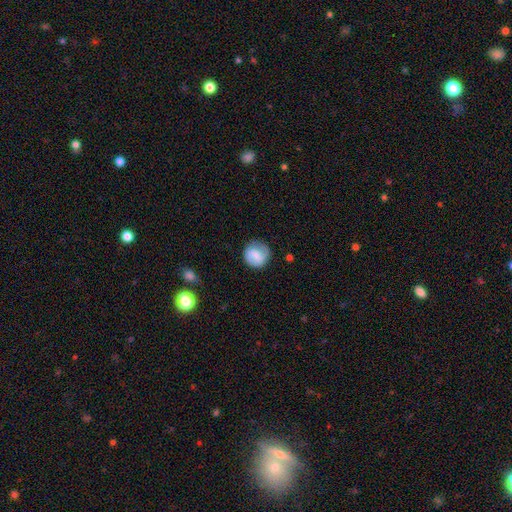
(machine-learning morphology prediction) smooth 63%, featured or disk 30%, star or artifact 7%. Down the decision tree: how rounded — round (88%); merging — none (74%).